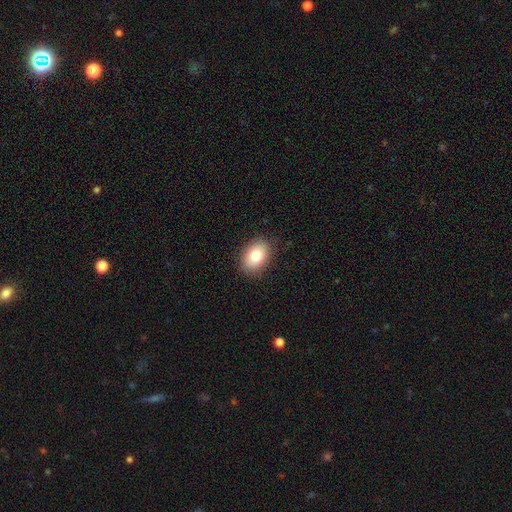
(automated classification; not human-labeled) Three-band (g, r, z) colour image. It shows a smooth galaxy with no disk features (82%) that is in between round and cigar-shaped (83%). Merging: none (87%).